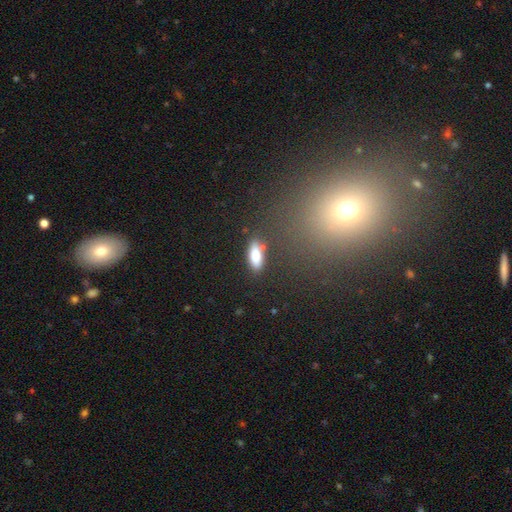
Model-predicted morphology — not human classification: smooth_or_featured: smooth (p=0.81) [alt: featured or disk p=0.12]
how_rounded: in between (p=0.73) [alt: cigar-shaped p=0.24]
merging: none (p=0.77) [alt: minor disturbance p=0.14]